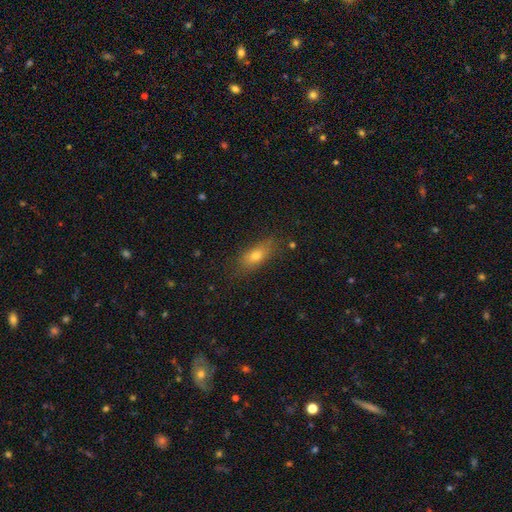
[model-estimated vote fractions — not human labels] smooth_or_featured: smooth (p=0.69) [alt: featured or disk p=0.19]
how_rounded: in between (p=0.69) [alt: cigar-shaped p=0.24]
merging: none (p=0.79) [alt: minor disturbance p=0.15]